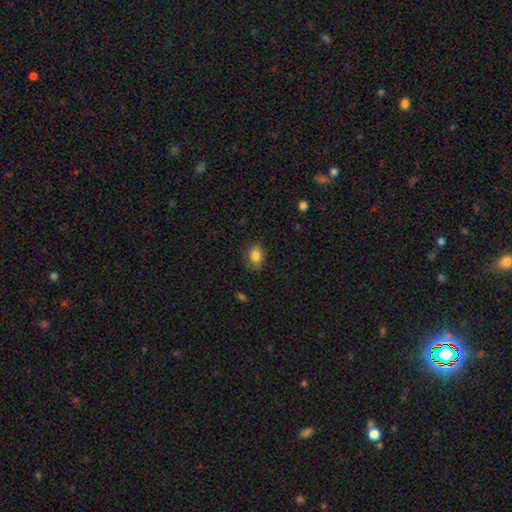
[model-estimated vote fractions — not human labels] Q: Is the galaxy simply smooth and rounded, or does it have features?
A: smooth — 82%.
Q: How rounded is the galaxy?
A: in between — 64%.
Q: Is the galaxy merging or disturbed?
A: none — 75%.